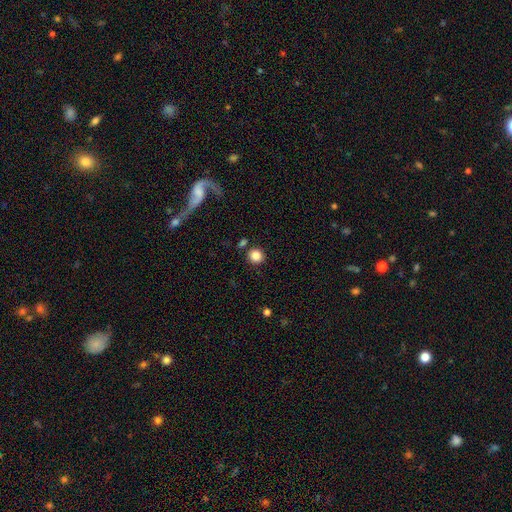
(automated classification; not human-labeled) This appears to be a smooth galaxy with no disk features (85%) that is round (93%). Merging: none (84%).